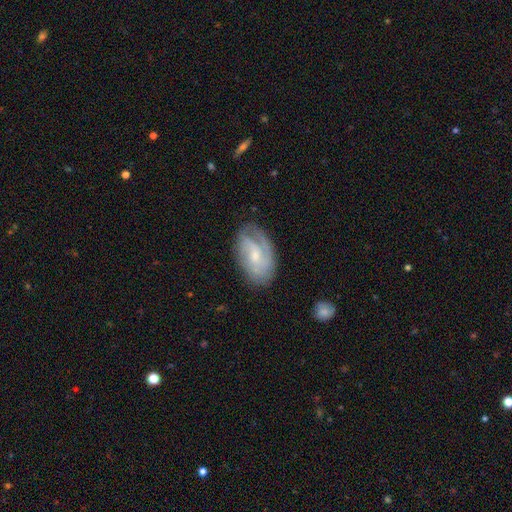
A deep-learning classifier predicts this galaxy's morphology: This appears to be a featured or disk galaxy (73%) with no bar (48%), 2 (42%) tight (42%) spiral arms (91%) and a small central bulge (60%). Merging: none (72%).